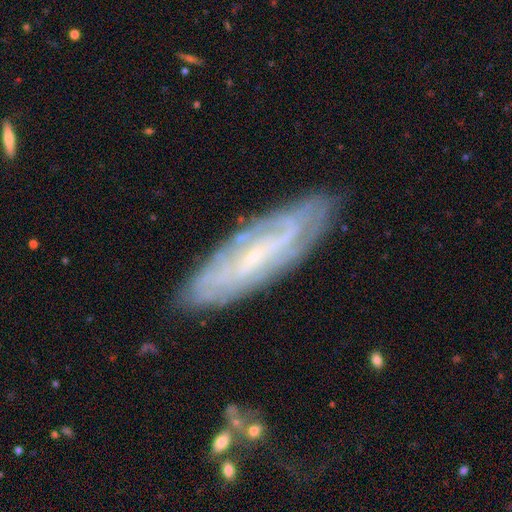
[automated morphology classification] Smooth or featured: featured or disk — 73% (smooth — 20%)
Edge-on disk: no — 75% (yes — 25%)
Bar: no — 42% (weak — 38%)
Spiral arms: yes — 84% (no — 16%)
Bulge size: small — 77% (moderate — 13%)
Merging: none — 80% (minor disturbance — 14%)